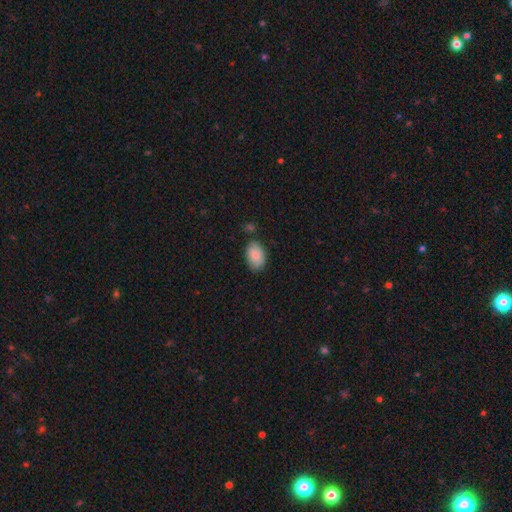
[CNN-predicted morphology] smooth_or_featured: smooth (p=0.86) [alt: featured or disk p=0.08]
how_rounded: in between (p=0.91) [alt: round p=0.08]
merging: none (p=0.77) [alt: minor disturbance p=0.16]